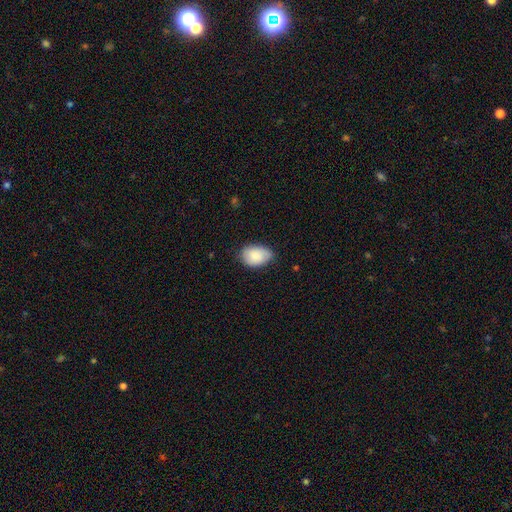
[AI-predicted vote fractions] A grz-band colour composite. It shows a smooth galaxy with no disk features (85%) that is in between round and cigar-shaped (87%). Merging: none (65%).